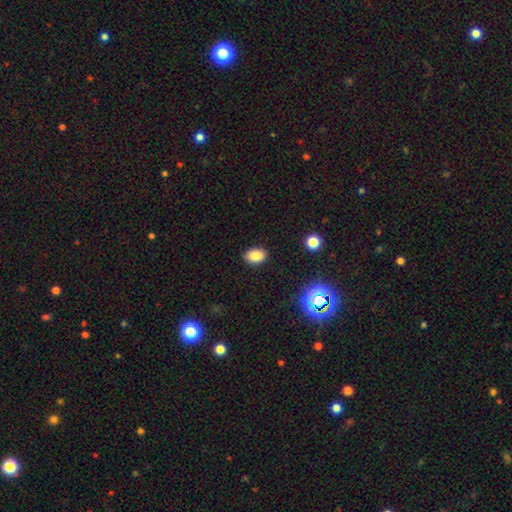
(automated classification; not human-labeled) smooth 83%, star or artifact 12%, featured or disk 5%. Down the decision tree: how rounded — in between (82%); merging — none (87%).